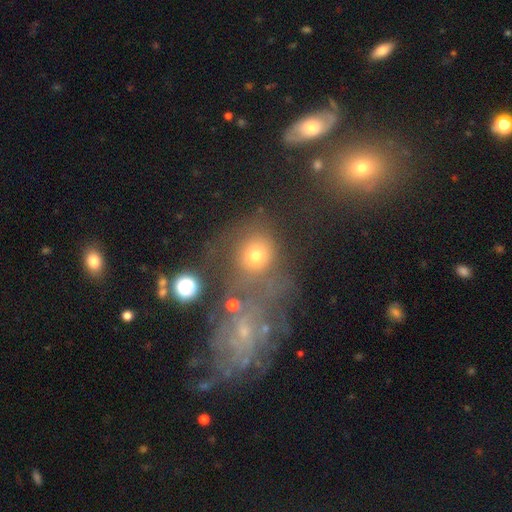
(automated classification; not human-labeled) A smooth galaxy with no disk features (56%) that is round (77%).

Vote fractions:
- Smooth or featured? smooth: 56% / featured or disk: 24% / star or artifact: 19%
- How rounded? round: 77% / in between: 22% / cigar-shaped: 2%
- Merging? none: 44% / merger: 30% / minor disturbance: 13% / major disturbance: 13%